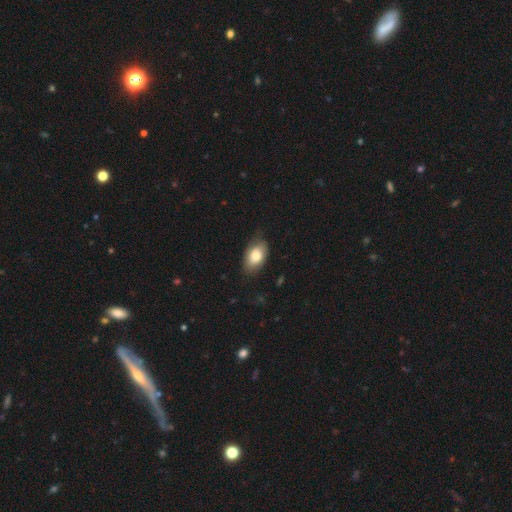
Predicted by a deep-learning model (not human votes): A smooth galaxy with no disk features (79%) that is in between round and cigar-shaped (91%). Merging: none (73%).